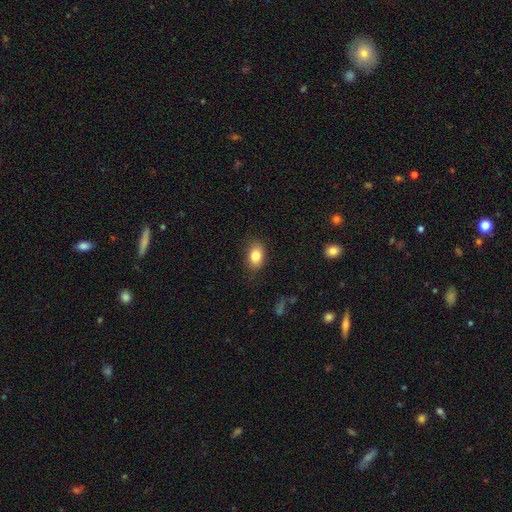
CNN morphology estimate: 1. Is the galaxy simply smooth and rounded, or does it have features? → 82% smooth, 9% star or artifact, 9% featured or disk.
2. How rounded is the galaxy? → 79% in between, 19% round, 1% cigar-shaped.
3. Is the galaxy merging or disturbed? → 81% none, 14% minor disturbance, 4% major disturbance, 1% merger.